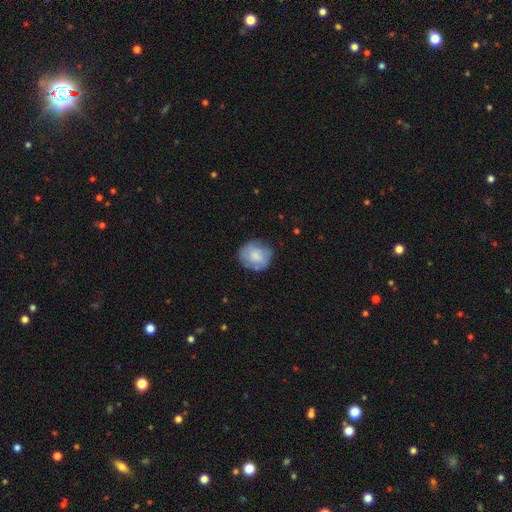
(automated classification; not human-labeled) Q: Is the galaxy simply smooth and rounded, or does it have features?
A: smooth — 68%.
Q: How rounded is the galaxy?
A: round — 80%.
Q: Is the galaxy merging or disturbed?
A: none — 72%.